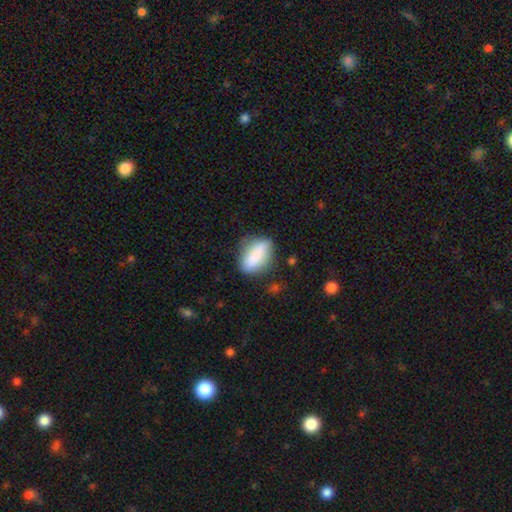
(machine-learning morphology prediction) The model was most divided on "merging": none: 70%, minor disturbance: 20%, major disturbance: 7%, merger: 4%. More confident: how rounded — in between (78%); smooth or featured — smooth (78%).